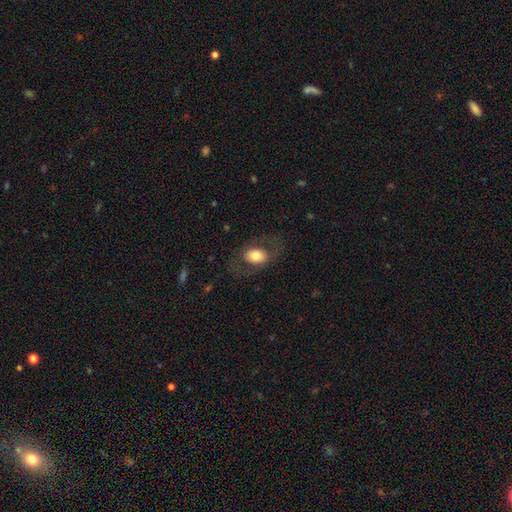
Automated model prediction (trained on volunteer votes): Smooth or featured: smooth — 65% (featured or disk — 28%)
How rounded: in between — 73% (round — 26%)
Merging: none — 73% (minor disturbance — 13%)